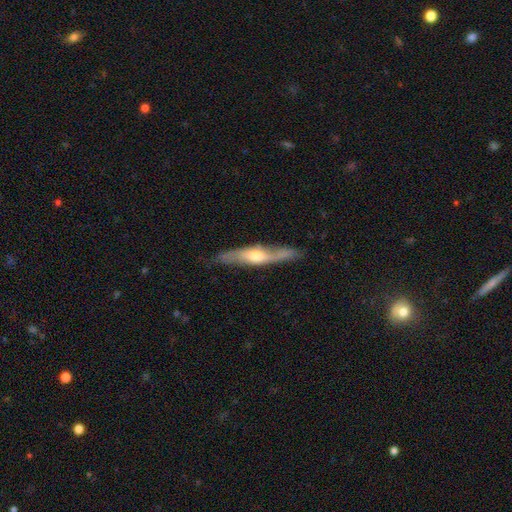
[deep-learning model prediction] A featured or disk galaxy (63%) viewed edge-on (71%). Merging: none (79%).